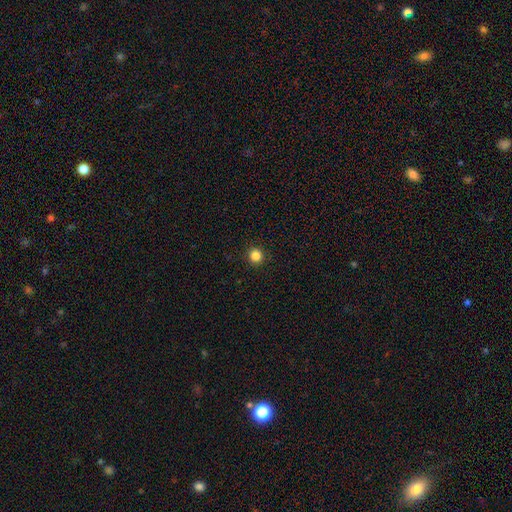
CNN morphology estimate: Smooth or featured: smooth — 84% (star or artifact — 12%)
How rounded: round — 95% (in between — 4%)
Merging: none — 93% (minor disturbance — 4%)